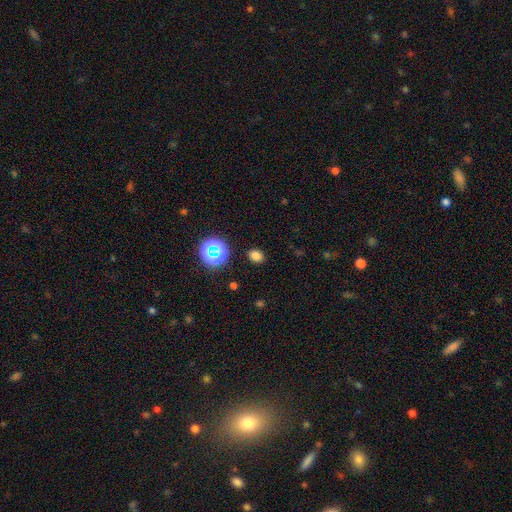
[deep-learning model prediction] A smooth galaxy with no disk features (76%) that is in between round and cigar-shaped (53%). Merging: none (88%).